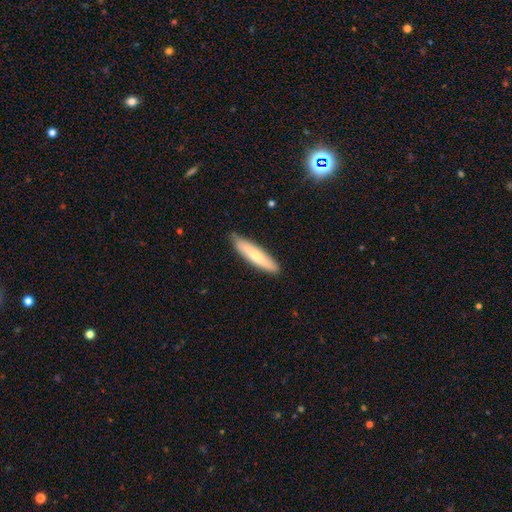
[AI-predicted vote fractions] This is likely a smooth galaxy (64%). How rounded: clearly cigar-shaped (83%). Merging: clearly none (85%).